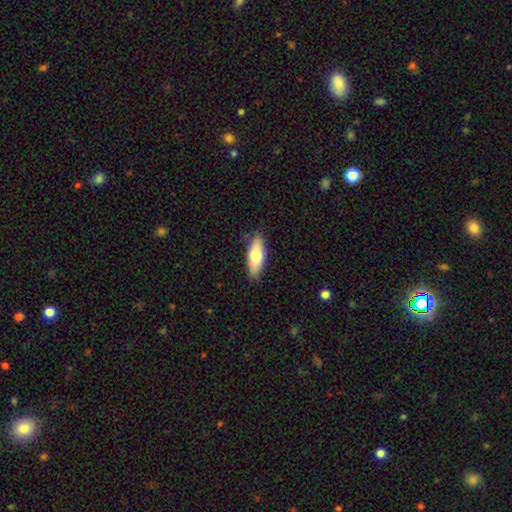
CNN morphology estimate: Smooth or featured?
  - smooth: 72% *
  - featured or disk: 22%
  - star or artifact: 6%
How rounded?
  - in between: 73% *
  - cigar-shaped: 25%
  - round: 2%
Merging?
  - none: 84% *
  - minor disturbance: 13%
  - major disturbance: 2%
  - merger: 1%